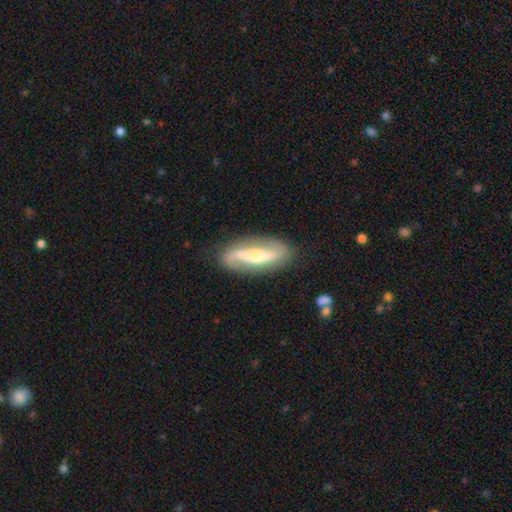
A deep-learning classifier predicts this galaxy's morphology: Overall: featured or disk (76%). Edge-on disk: no (82%). Bar: strong (53%; weak 26%). Spiral arms: yes (86%). Spiral arm count: 2 (89%). Spiral winding: loose (59%; medium 28%). Bulge size: moderate (54%; small 34%). Merging: none (83%).